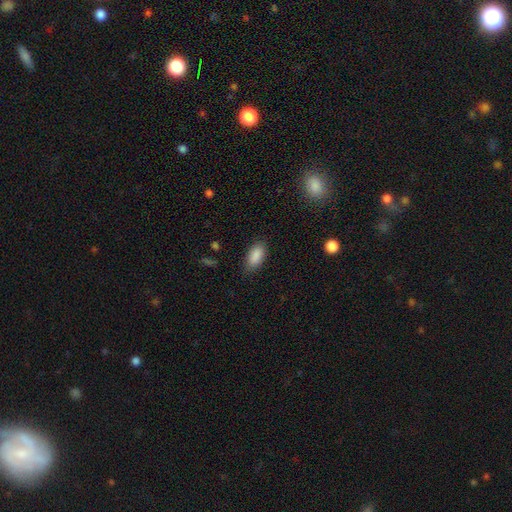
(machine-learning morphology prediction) smooth 89%, star or artifact 7%, featured or disk 4%. Down the decision tree: how rounded — in between (91%); merging — none (83%).